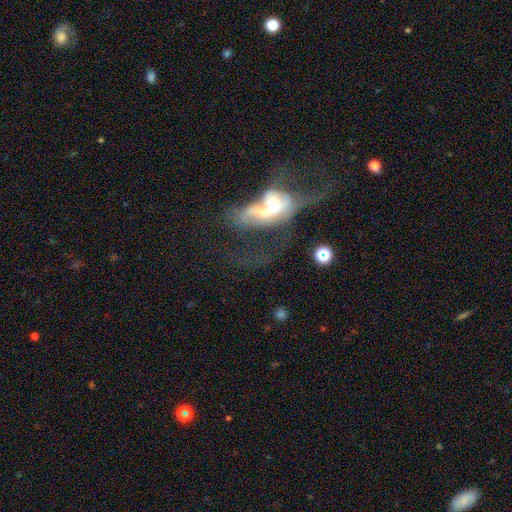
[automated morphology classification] This is likely a featured or disk galaxy (61%). It is likely not viewed edge-on (68%). Merging: marginally major disturbance (41%).